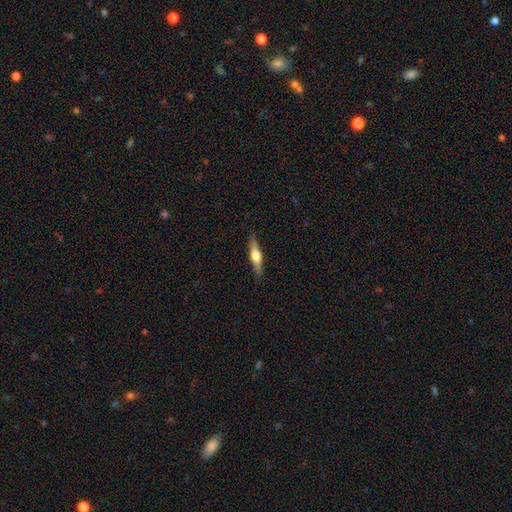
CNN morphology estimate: smooth-or-featured: featured or disk: 58% | smooth: 37% | star or artifact: 6%
  disk-edge-on: yes: 96% | no: 4%
    edge-on-bulge: rounded: 91% | boxy: 6% | none: 3%
  merging: none: 88% | minor disturbance: 9% | major disturbance: 2% | merger: 1%